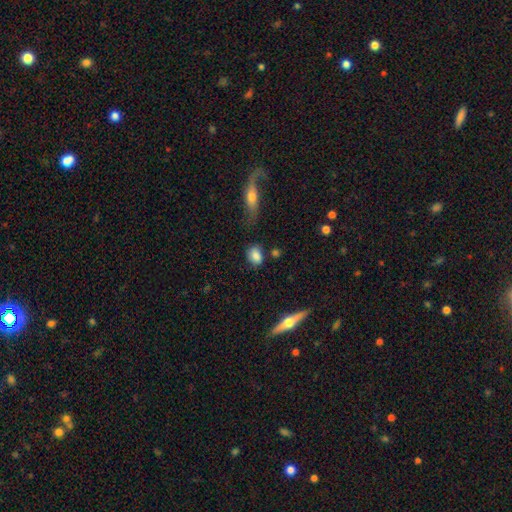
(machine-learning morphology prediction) A smooth galaxy with no disk features (84%) that is in between round and cigar-shaped (67%). Merging: none (72%).